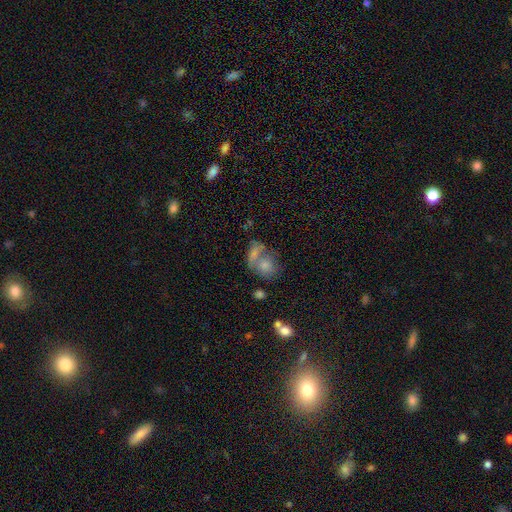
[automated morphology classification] smooth-or-featured: smooth: 65% | featured or disk: 22% | star or artifact: 13%
  how-rounded: in between: 54% | round: 43% | cigar-shaped: 3%
  merging: merger: 51% | none: 30% | minor disturbance: 11% | major disturbance: 8%